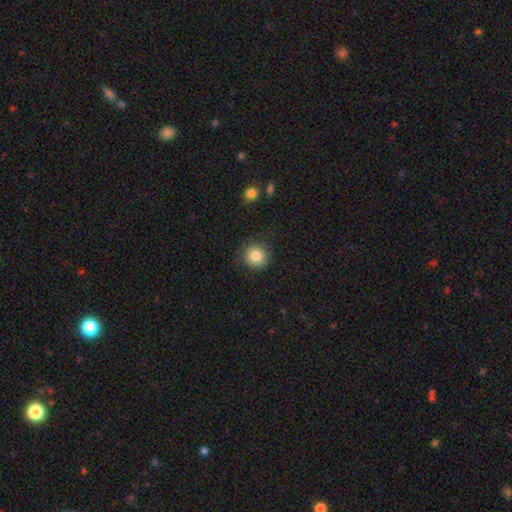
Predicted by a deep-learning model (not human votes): The model was most divided on "smooth or featured": smooth: 84%, star or artifact: 10%, featured or disk: 6%. More confident: how rounded — round (92%); merging — none (89%).